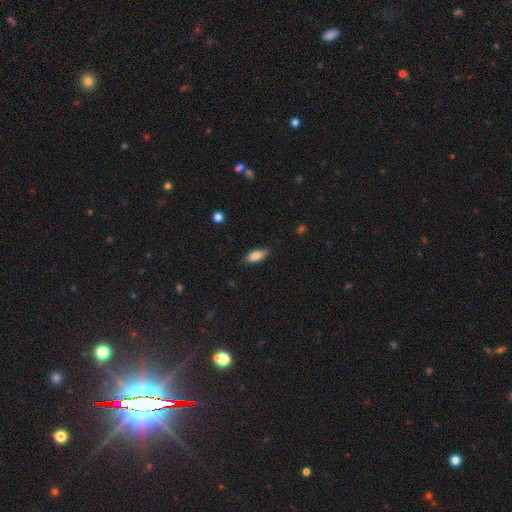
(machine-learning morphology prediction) A smooth galaxy with no disk features (77%) that is in between round and cigar-shaped (70%).

Vote fractions:
- Smooth or featured? smooth: 77% / featured or disk: 16% / star or artifact: 7%
- How rounded? in between: 70% / cigar-shaped: 28% / round: 2%
- Merging? none: 84% / minor disturbance: 12% / major disturbance: 2% / merger: 1%